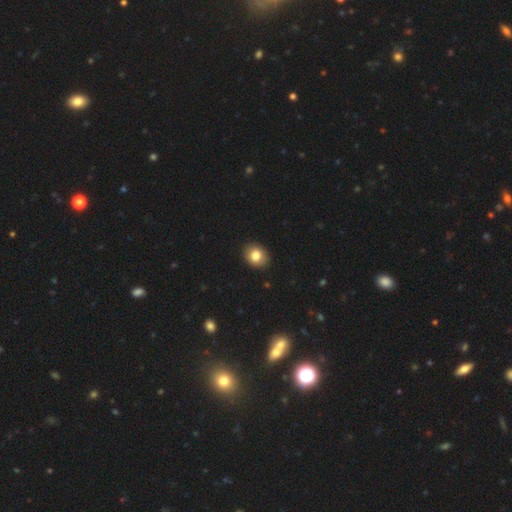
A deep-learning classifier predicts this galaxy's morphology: type=smooth (83%); roundness=round (59%); merging=none (90%).